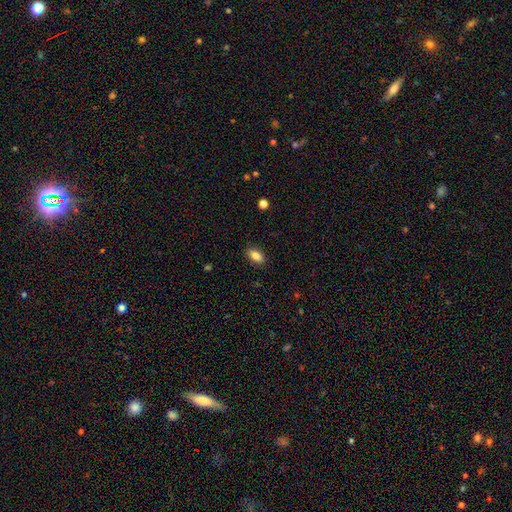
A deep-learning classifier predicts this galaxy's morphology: Overall: smooth (84%). How rounded: in between (88%). Merging: none (87%).